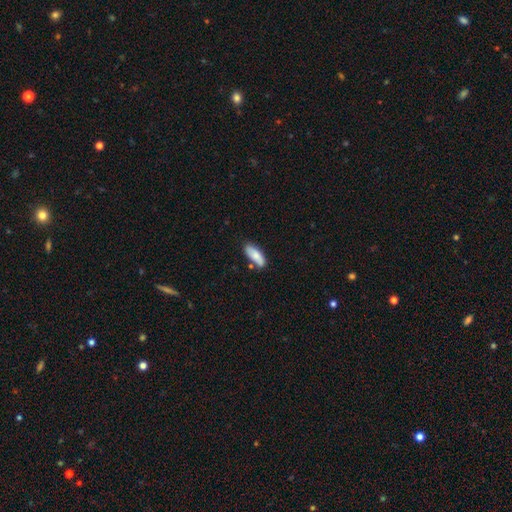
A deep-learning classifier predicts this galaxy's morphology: Smooth or featured?
  - smooth: 82% *
  - featured or disk: 11%
  - star or artifact: 6%
How rounded?
  - in between: 71% *
  - cigar-shaped: 27%
  - round: 2%
Merging?
  - none: 73% *
  - minor disturbance: 17%
  - merger: 7%
  - major disturbance: 3%